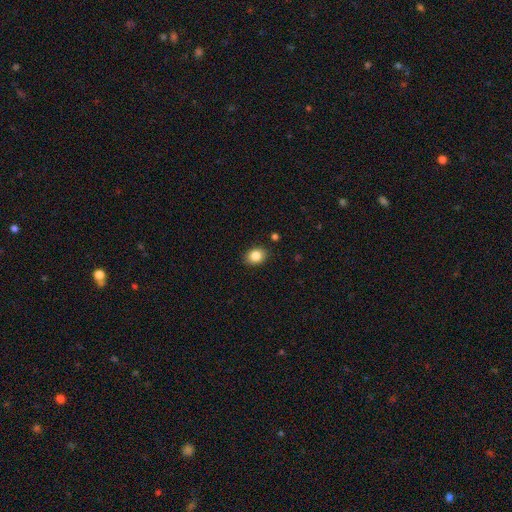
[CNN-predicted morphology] Overall: smooth (85%). How rounded: in between (53%; round 46%). Merging: none (88%).